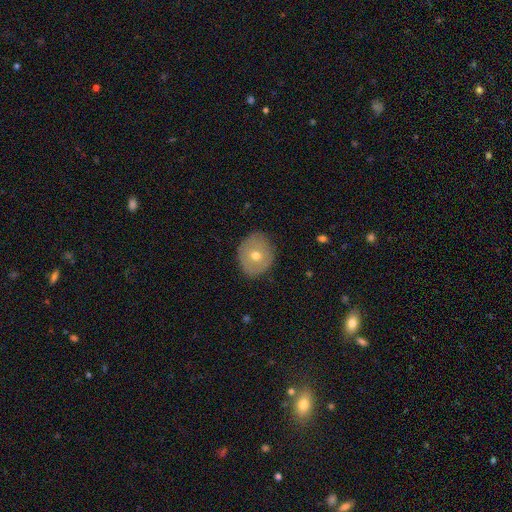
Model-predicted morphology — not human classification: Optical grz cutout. It shows a smooth galaxy with no disk features (59%) that is round (68%). Merging: none (82%).